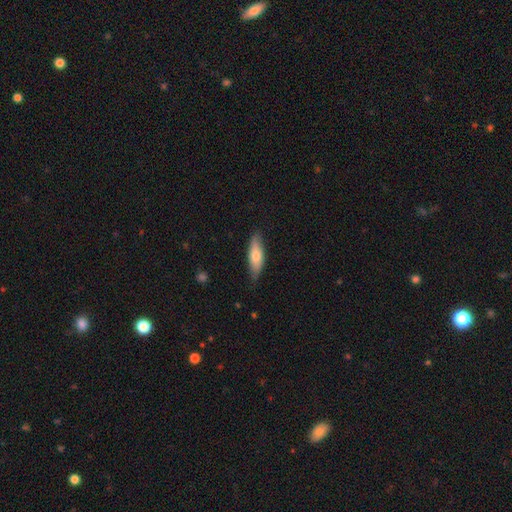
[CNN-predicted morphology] This is likely a smooth galaxy (67%). How rounded: possibly in between (54%). Merging: clearly none (81%).